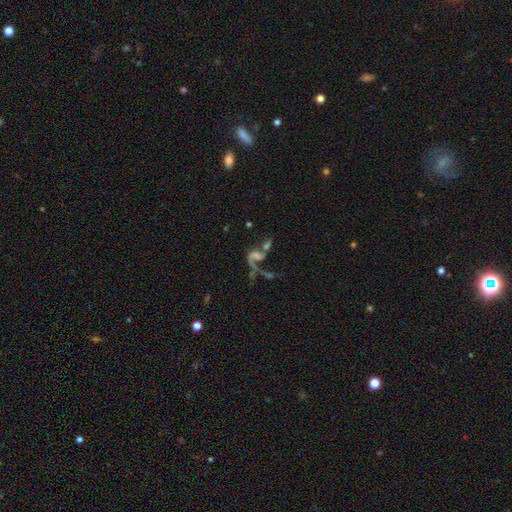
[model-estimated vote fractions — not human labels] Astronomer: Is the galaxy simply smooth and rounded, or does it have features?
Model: featured or disk — 57%.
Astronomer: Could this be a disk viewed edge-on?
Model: no — 93%.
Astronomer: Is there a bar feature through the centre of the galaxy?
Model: no — 66%.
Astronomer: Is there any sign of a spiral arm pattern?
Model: yes — 59% (runner-up: no, 41%).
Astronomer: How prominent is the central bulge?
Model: none — 47% (runner-up: small, 25%).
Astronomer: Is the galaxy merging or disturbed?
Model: merger — 45% (runner-up: major disturbance, 27%).